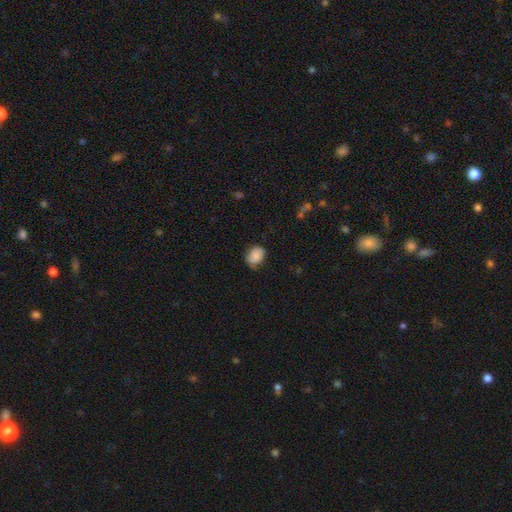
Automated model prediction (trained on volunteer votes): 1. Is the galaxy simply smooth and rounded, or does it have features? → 81% smooth, 11% featured or disk, 9% star or artifact.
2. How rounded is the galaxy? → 57% in between, 42% round, 1% cigar-shaped.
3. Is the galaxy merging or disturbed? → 61% none, 30% minor disturbance, 6% major disturbance, 2% merger.